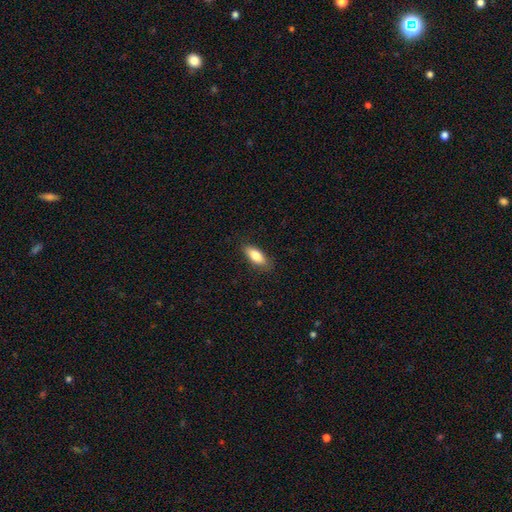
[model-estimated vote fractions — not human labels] smooth-or-featured: smooth: 82% | featured or disk: 12% | star or artifact: 6%
  how-rounded: in between: 75% | cigar-shaped: 23% | round: 2%
  merging: none: 84% | minor disturbance: 12% | major disturbance: 3% | merger: 1%